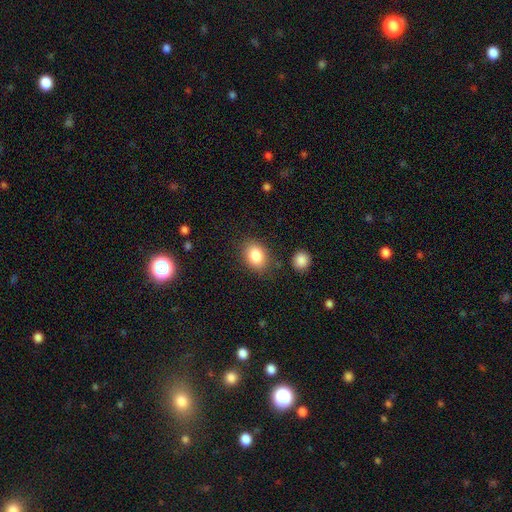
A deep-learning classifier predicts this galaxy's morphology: Q: Smooth or featured?
A: smooth (84%); runner-up: star or artifact (9%)
Q: How rounded?
A: in between (66%); runner-up: round (32%)
Q: Merging?
A: none (80%); runner-up: minor disturbance (13%)